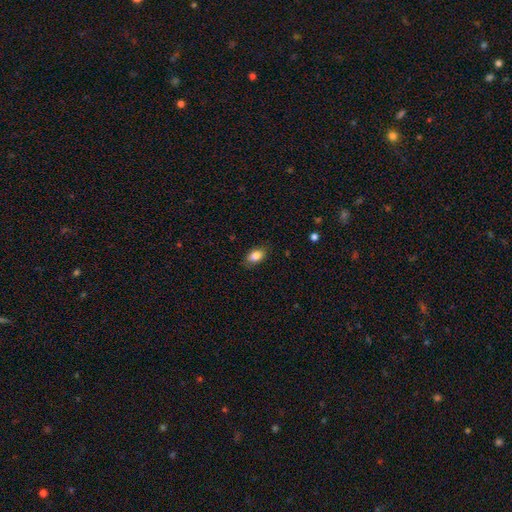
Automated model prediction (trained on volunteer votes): Smooth or featured? Predicted: smooth (p=0.86). How rounded? Predicted: in between (p=0.89). Merging? Predicted: none (p=0.84).